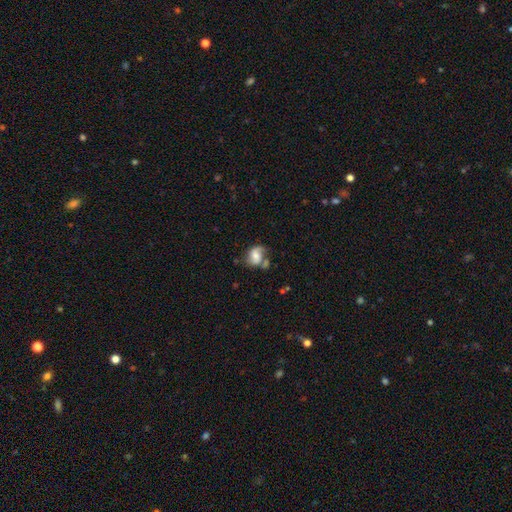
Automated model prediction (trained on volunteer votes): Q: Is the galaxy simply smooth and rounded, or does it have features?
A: featured or disk — 48%.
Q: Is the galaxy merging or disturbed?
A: none — 43%.